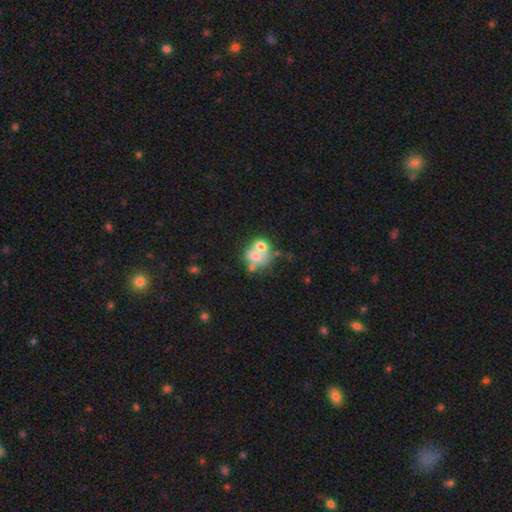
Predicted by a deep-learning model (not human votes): A smooth galaxy with no disk features (56%) that is round (56%). Merging: merger (61%).